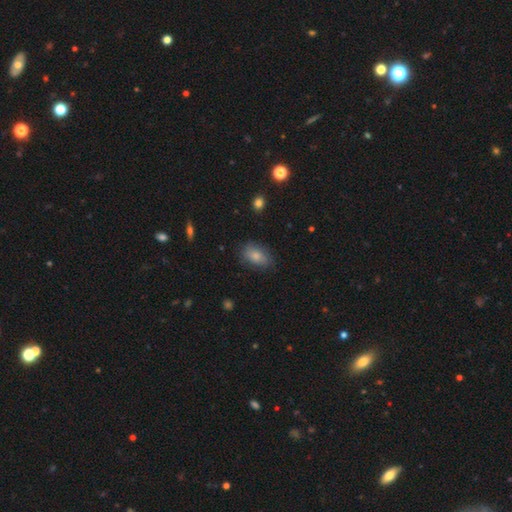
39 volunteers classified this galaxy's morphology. smooth_or_featured: smooth (p=0.82) [alt: star or artifact p=0.10]
how_rounded: in between (p=0.91) [alt: round p=0.09]
merging: none (p=0.74) [alt: minor disturbance p=0.14]